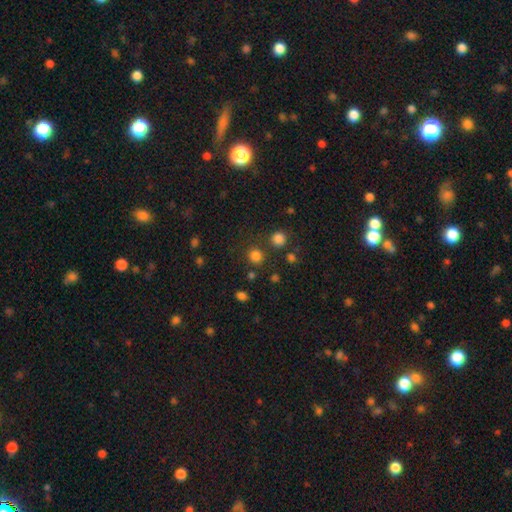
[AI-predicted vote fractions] Q: Smooth or featured?
A: smooth (80%); runner-up: star or artifact (16%)
Q: How rounded?
A: round (90%); runner-up: in between (9%)
Q: Merging?
A: none (81%); runner-up: merger (8%)